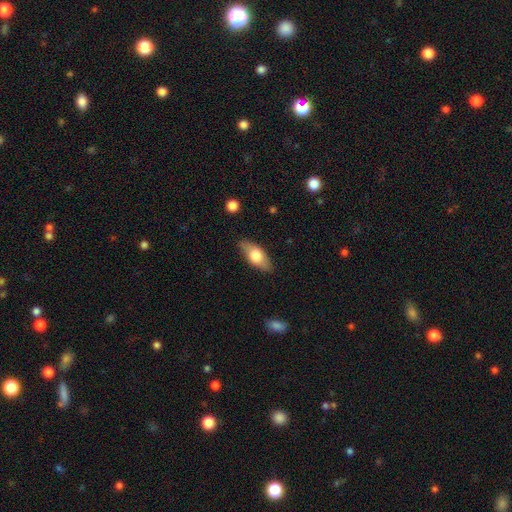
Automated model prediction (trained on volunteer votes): smooth 66%, featured or disk 28%, star or artifact 6%. Down the decision tree: how rounded — in between (82%); merging — none (83%).